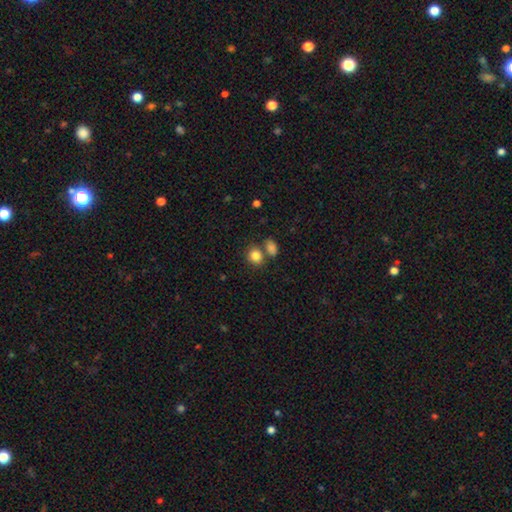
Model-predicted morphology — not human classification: Smooth or featured: smooth — 84% (star or artifact — 10%)
How rounded: round — 68% (in between — 31%)
Merging: none — 59% (merger — 26%)